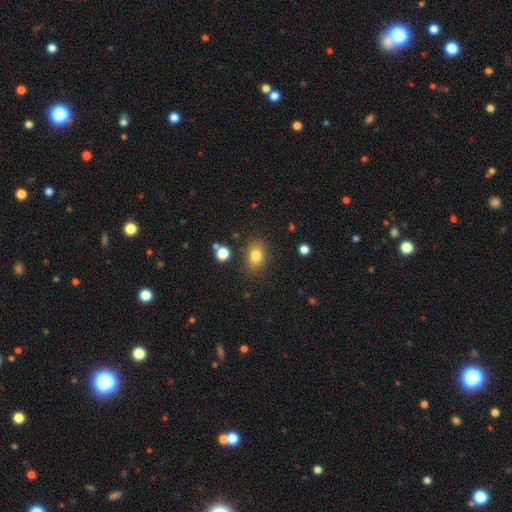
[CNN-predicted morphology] A smooth galaxy with no disk features (81%) that is in between round and cigar-shaped (66%).

Vote fractions:
- Smooth or featured? smooth: 81% / star or artifact: 11% / featured or disk: 8%
- How rounded? in between: 66% / round: 33% / cigar-shaped: 1%
- Merging? none: 83% / minor disturbance: 11% / major disturbance: 3% / merger: 3%